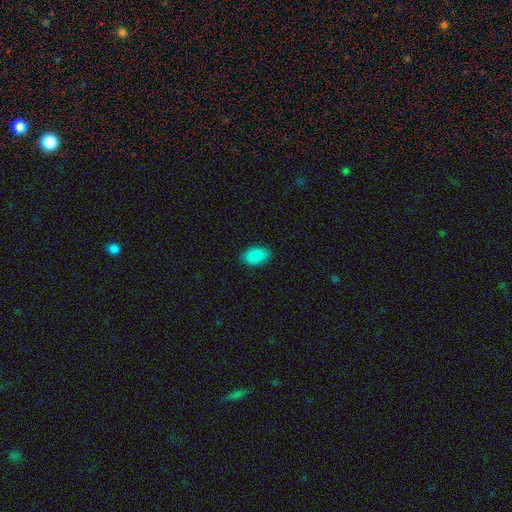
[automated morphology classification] Q: Smooth or featured?
A: smooth (89%); runner-up: star or artifact (7%)
Q: How rounded?
A: in between (93%); runner-up: round (6%)
Q: Merging?
A: none (87%); runner-up: minor disturbance (10%)